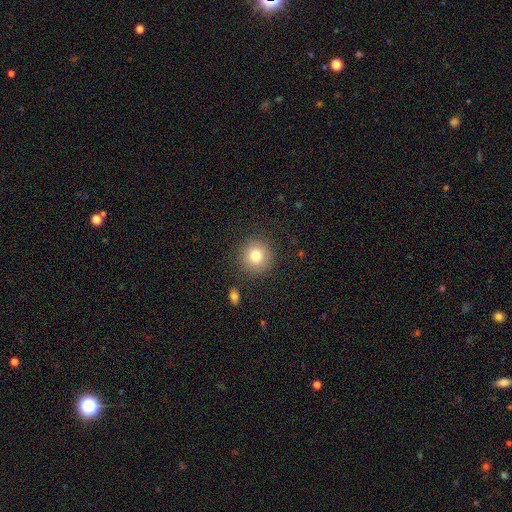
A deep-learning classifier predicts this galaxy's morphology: smooth-or-featured: smooth: 79% | star or artifact: 11% | featured or disk: 10%
  how-rounded: round: 94% | in between: 5% | cigar-shaped: 1%
  merging: none: 89% | minor disturbance: 7% | major disturbance: 3% | merger: 2%